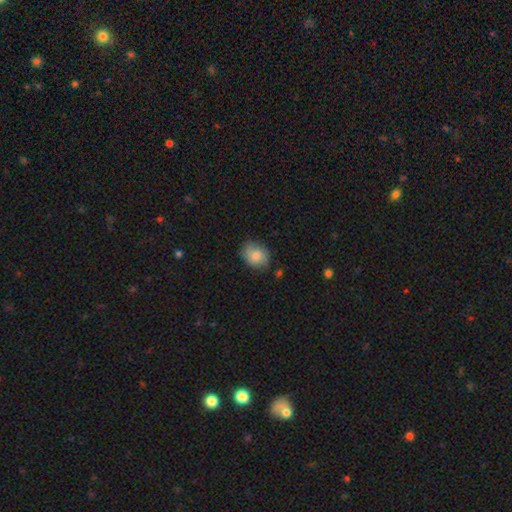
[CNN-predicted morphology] type=smooth (68%); roundness=round (52%); merging=none (73%).